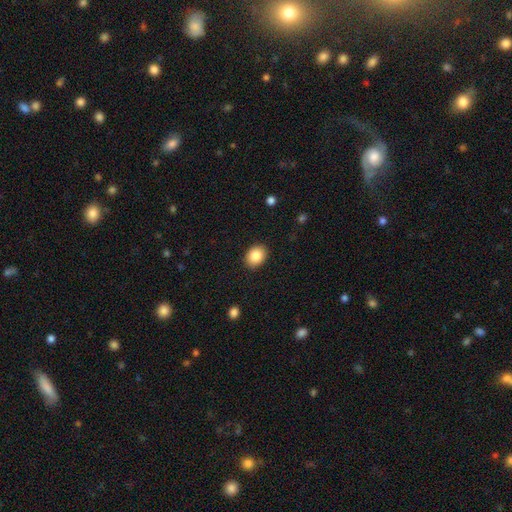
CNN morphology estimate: Smooth or featured?
  - smooth: 86% *
  - star or artifact: 8%
  - featured or disk: 6%
How rounded?
  - in between: 55% *
  - round: 44%
  - cigar-shaped: 1%
Merging?
  - none: 90% *
  - minor disturbance: 7%
  - major disturbance: 2%
  - merger: 1%